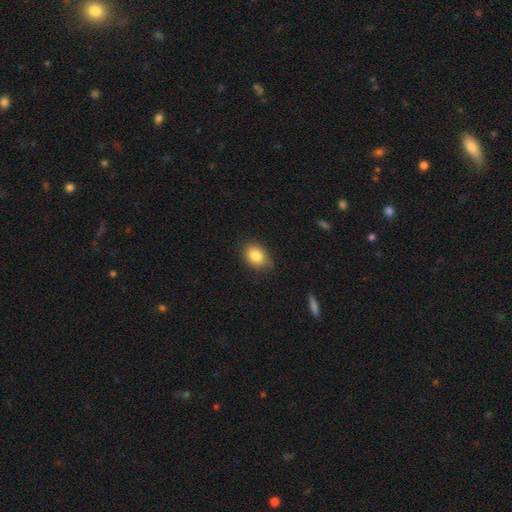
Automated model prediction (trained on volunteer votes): A smooth galaxy with no disk features (84%) that is in between round and cigar-shaped (72%).

Vote fractions:
- Smooth or featured? smooth: 84% / star or artifact: 8% / featured or disk: 8%
- How rounded? in between: 72% / round: 27% / cigar-shaped: 1%
- Merging? none: 76% / minor disturbance: 20% / major disturbance: 3% / merger: 1%